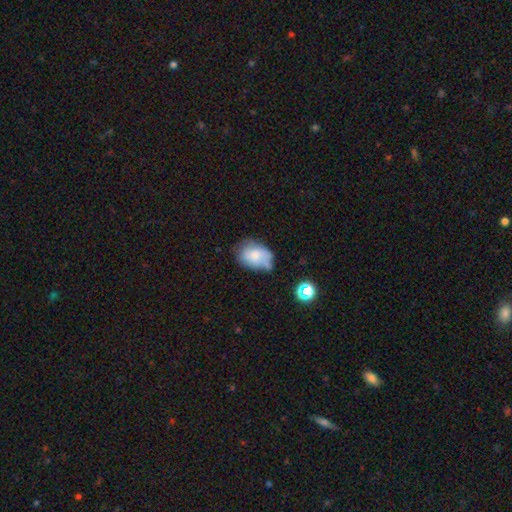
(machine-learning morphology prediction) The model was most divided on "merging": minor disturbance: 37%, none: 36%, major disturbance: 16%, merger: 11%. More confident: how rounded — in between (80%); smooth or featured — smooth (67%).